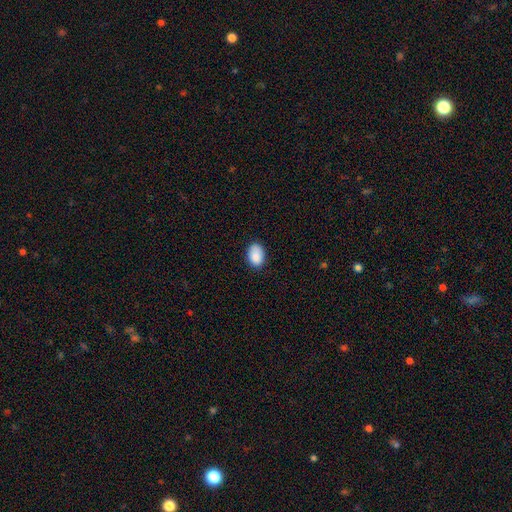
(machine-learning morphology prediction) This appears to be a smooth galaxy with no disk features (88%) that is in between round and cigar-shaped (86%). Merging: none (79%).